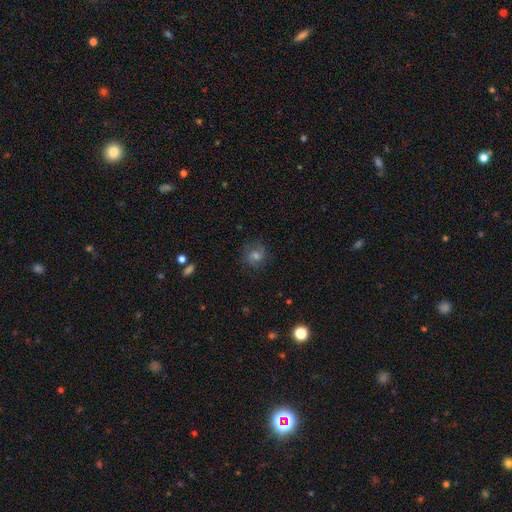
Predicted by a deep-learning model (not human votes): A smooth galaxy with no disk features (42%). Merging: none (78%).